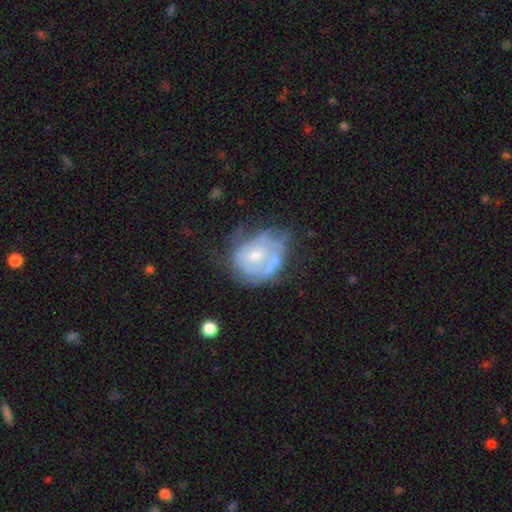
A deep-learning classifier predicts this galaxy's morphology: Smooth or featured?
  - featured or disk: 63% *
  - smooth: 30%
  - star or artifact: 7%
Edge-on disk?
  - no: 97% *
  - yes: 3%
Bar?
  - no: 77% *
  - weak: 20%
  - strong: 3%
Spiral arms?
  - no: 53% *
  - yes: 47%
Bulge size?
  - moderate: 54% *
  - small: 37%
  - none: 5%
  - large: 4%
  - dominant: 1%
Merging?
  - none: 40% *
  - minor disturbance: 30%
  - major disturbance: 24%
  - merger: 7%